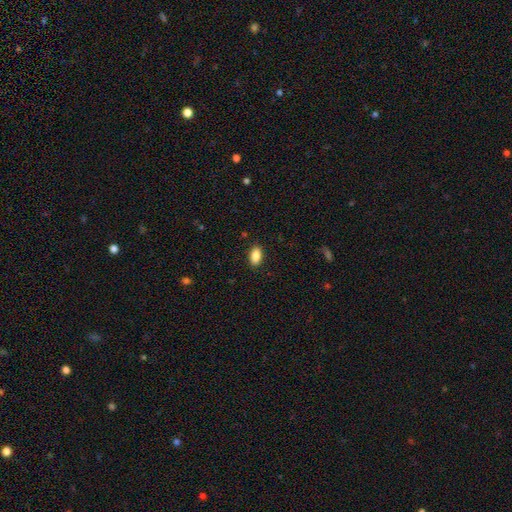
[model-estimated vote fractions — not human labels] A smooth galaxy with no disk features (87%) that is in between round and cigar-shaped (92%).

Vote fractions:
- Smooth or featured? smooth: 87% / star or artifact: 8% / featured or disk: 5%
- How rounded? in between: 92% / round: 5% / cigar-shaped: 3%
- Merging? none: 89% / minor disturbance: 8% / major disturbance: 2% / merger: 1%